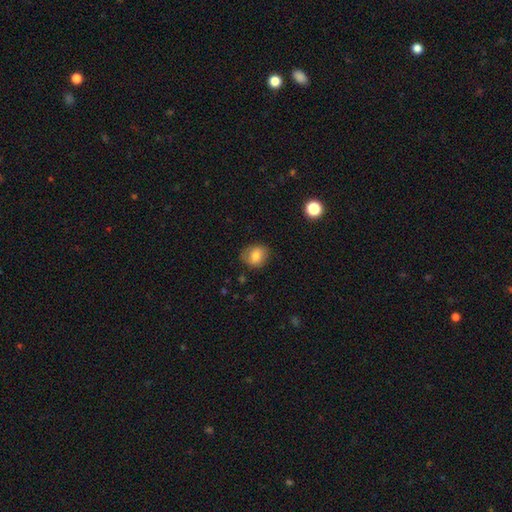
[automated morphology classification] type=smooth (77%); roundness=round (62%); merging=none (79%).